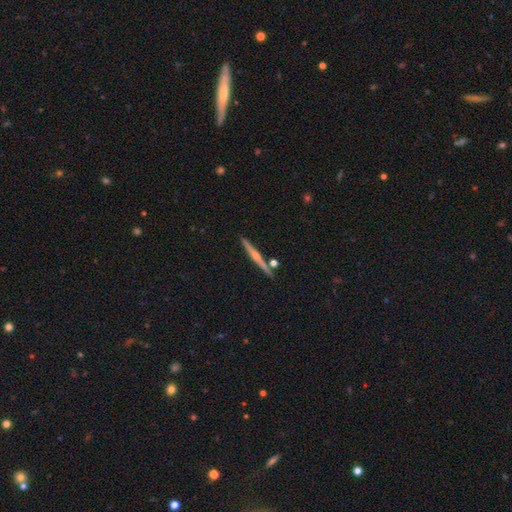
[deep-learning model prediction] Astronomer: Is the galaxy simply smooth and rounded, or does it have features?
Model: featured or disk — 79%.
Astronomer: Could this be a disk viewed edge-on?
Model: yes — 98%.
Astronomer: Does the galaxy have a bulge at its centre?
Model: rounded — 88%.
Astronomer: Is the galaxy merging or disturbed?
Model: none — 89%.